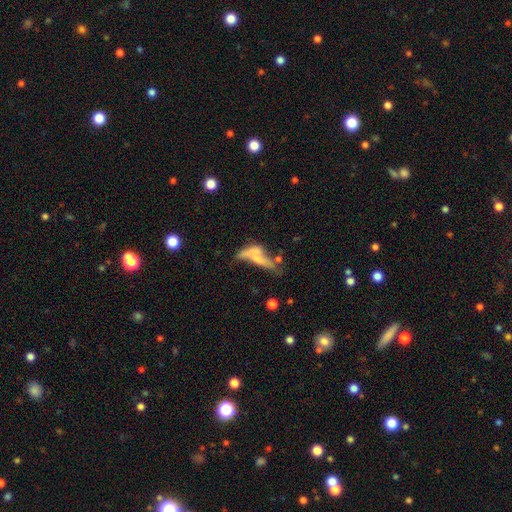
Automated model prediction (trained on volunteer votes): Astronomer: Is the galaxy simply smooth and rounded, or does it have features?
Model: smooth — 47% (runner-up: featured or disk, 41%).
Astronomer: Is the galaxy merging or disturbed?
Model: merger — 39% (runner-up: major disturbance, 24%).